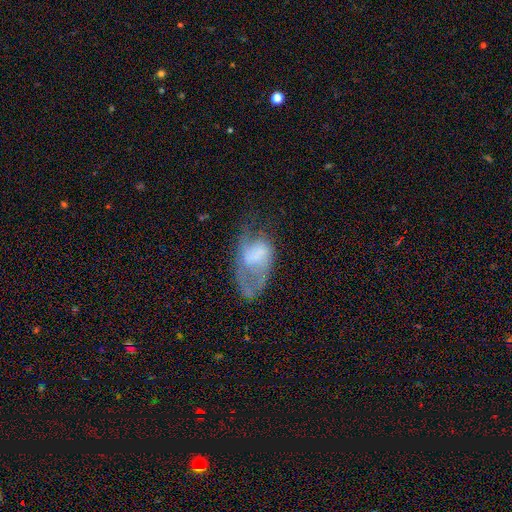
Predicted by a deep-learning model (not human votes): smooth-or-featured: featured or disk: 49% | smooth: 42% | star or artifact: 9%
  merging: major disturbance: 48% | none: 25% | minor disturbance: 23% | merger: 4%